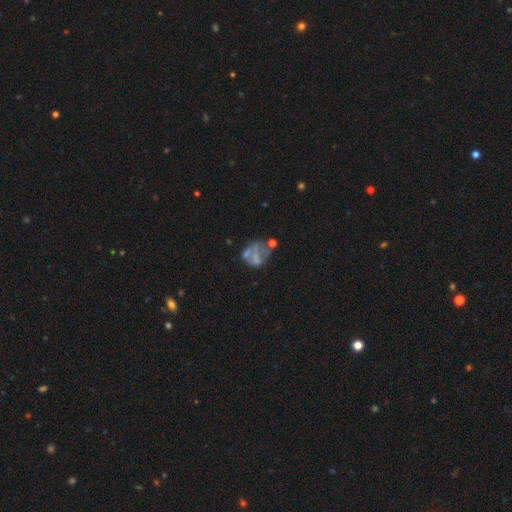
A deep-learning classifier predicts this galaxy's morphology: A featured or disk galaxy (50%). Merging: none (33%).